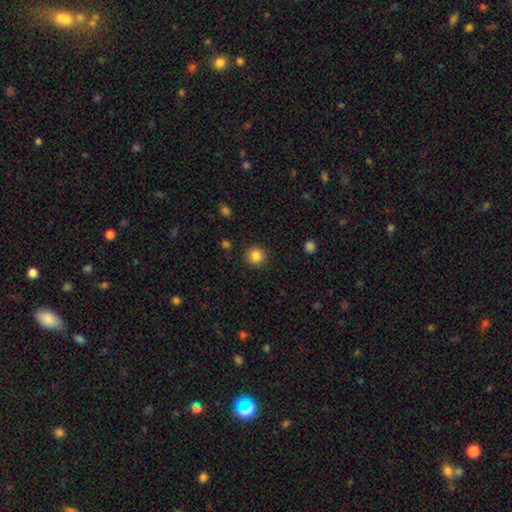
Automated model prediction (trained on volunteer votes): Smooth or featured? Predicted: smooth (p=0.84). How rounded? Predicted: round (p=0.94). Merging? Predicted: none (p=0.91).